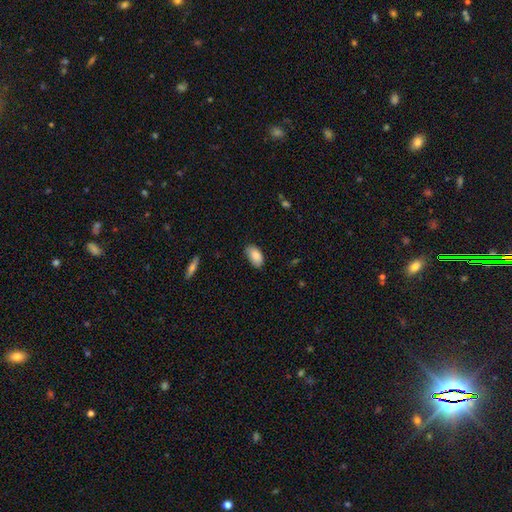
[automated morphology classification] Smooth or featured? Predicted: smooth (p=0.87). How rounded? Predicted: in between (p=0.94). Merging? Predicted: none (p=0.76).